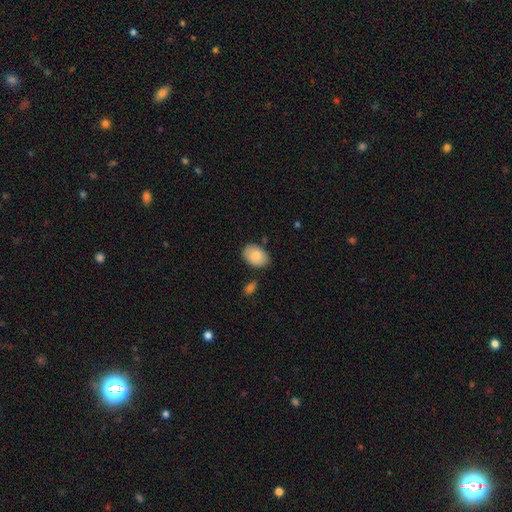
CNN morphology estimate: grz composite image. It shows a smooth galaxy with no disk features (86%) that is in between round and cigar-shaped (83%). Merging: none (76%).